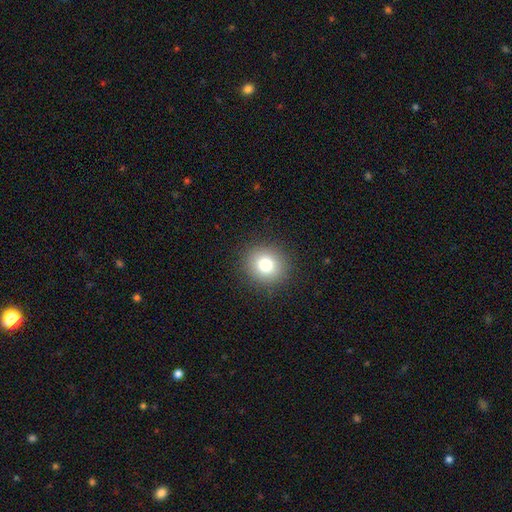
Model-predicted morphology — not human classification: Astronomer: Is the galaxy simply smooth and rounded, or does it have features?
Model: smooth — 73%.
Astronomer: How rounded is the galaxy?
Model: round — 91%.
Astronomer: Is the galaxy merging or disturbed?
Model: none — 93%.